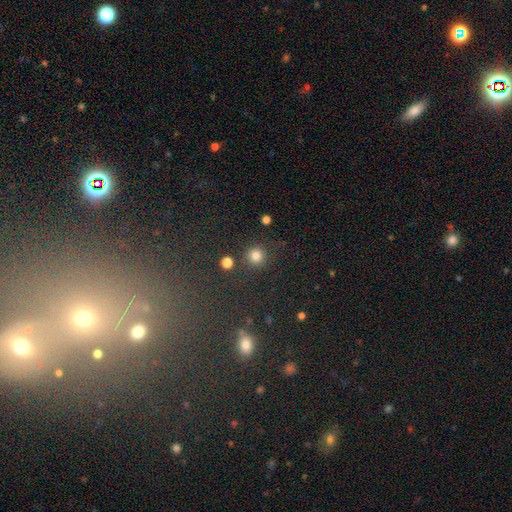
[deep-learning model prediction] smooth_or_featured: smooth (p=0.81) [alt: star or artifact p=0.14]
how_rounded: round (p=0.93) [alt: in between p=0.06]
merging: none (p=0.82) [alt: minor disturbance p=0.08]